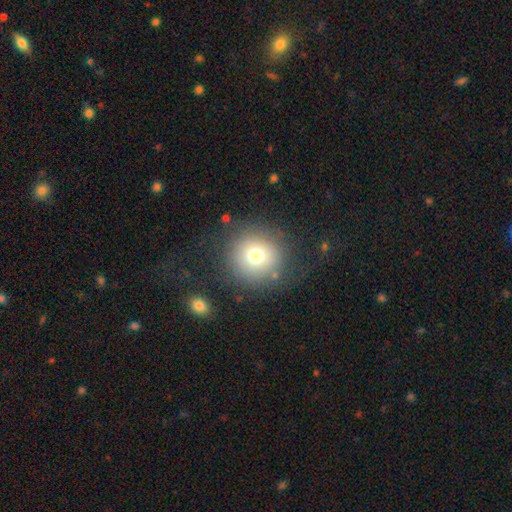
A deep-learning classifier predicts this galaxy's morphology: A smooth galaxy with no disk features (71%) that is round (94%). Merging: none (81%).